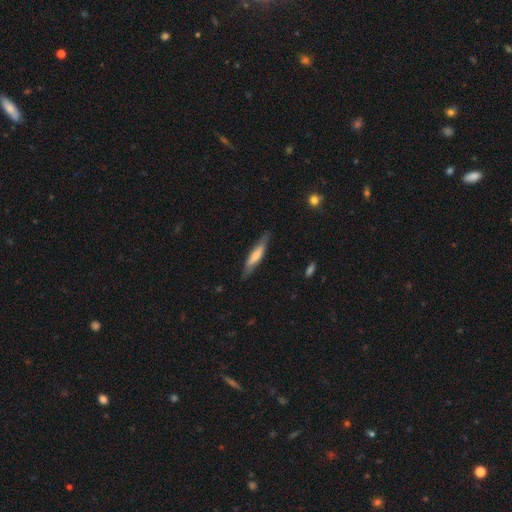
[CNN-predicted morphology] Smooth or featured: smooth — 55% (featured or disk — 40%)
How rounded: cigar-shaped — 82% (in between — 17%)
Merging: none — 80% (minor disturbance — 15%)